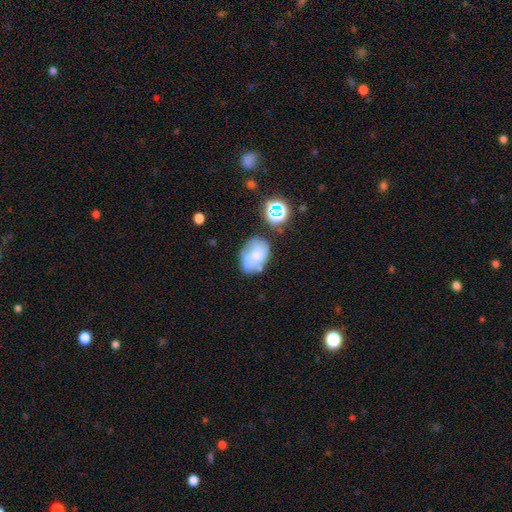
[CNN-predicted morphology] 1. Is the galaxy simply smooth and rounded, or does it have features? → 54% smooth, 34% featured or disk, 12% star or artifact.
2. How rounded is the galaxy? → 76% in between, 23% round, 1% cigar-shaped.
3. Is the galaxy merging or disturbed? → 49% none, 26% minor disturbance, 13% merger, 12% major disturbance.